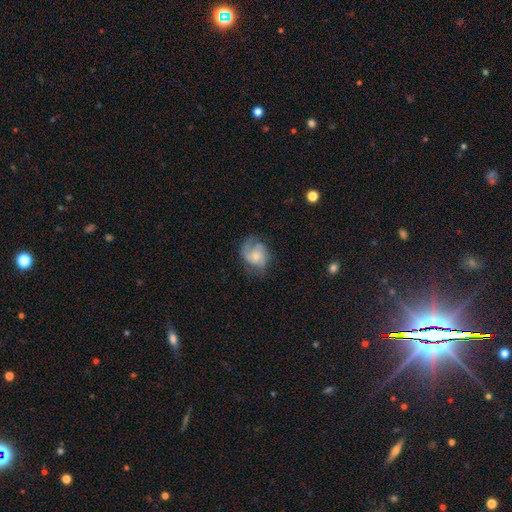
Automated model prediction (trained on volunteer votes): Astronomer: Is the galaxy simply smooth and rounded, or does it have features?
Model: featured or disk — 62%.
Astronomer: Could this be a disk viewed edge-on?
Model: no — 97%.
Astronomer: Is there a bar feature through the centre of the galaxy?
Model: no — 75%.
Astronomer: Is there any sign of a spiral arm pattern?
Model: yes — 87%.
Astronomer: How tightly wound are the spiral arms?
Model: medium — 44% (runner-up: tight, 31%).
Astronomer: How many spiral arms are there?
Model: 2 — 44% (runner-up: can't tell, 21%).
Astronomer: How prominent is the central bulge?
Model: small — 55% (runner-up: moderate, 34%).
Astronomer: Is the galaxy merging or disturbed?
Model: none — 56%.